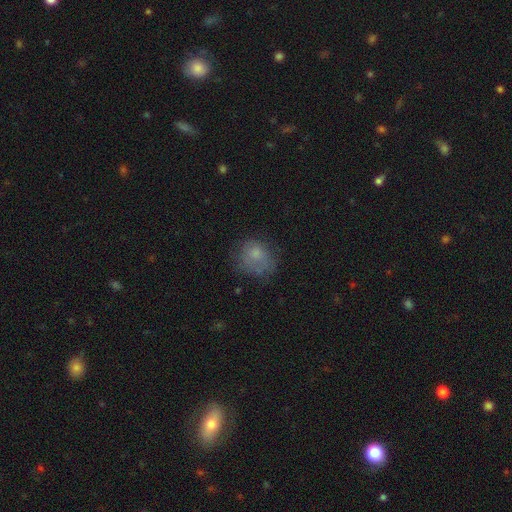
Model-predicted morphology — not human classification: Overall: smooth (70%). How rounded: round (66%; in between 34%). Merging: none (49%; minor disturbance 27%).